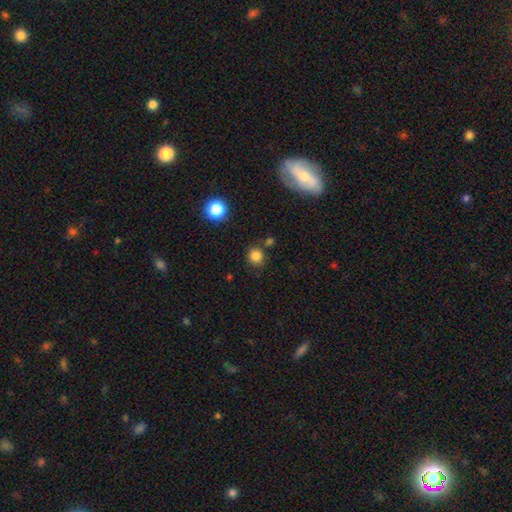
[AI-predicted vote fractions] This appears to be a smooth galaxy with no disk features (82%) that is round (91%). Merging: none (82%).